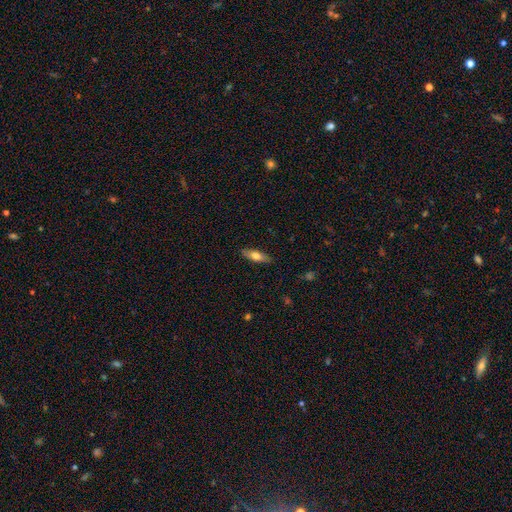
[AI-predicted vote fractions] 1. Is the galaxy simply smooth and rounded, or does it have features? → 66% smooth, 28% featured or disk, 6% star or artifact.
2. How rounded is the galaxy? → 53% in between, 45% cigar-shaped, 2% round.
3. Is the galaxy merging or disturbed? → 87% none, 9% minor disturbance, 2% major disturbance, 1% merger.